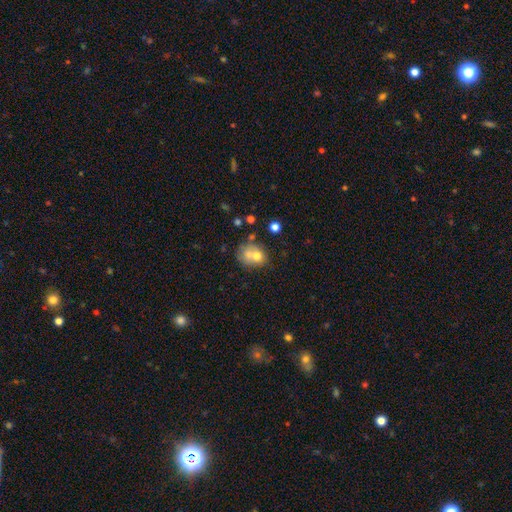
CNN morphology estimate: A smooth galaxy with no disk features (66%) that is round (63%). Merging: merger (45%).